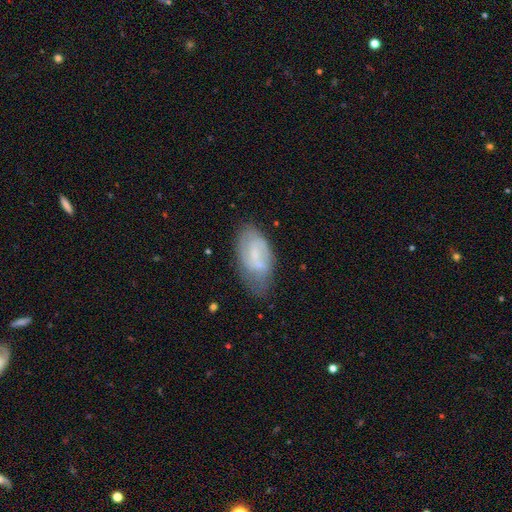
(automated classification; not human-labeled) Overall: featured or disk (48%; smooth 44%). Merging: none (54%; minor disturbance 31%).